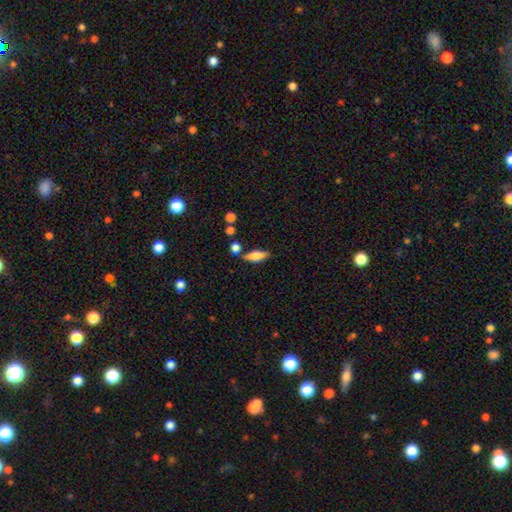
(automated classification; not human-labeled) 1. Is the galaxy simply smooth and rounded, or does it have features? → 55% smooth, 37% featured or disk, 8% star or artifact.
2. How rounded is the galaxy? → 64% in between, 32% cigar-shaped, 4% round.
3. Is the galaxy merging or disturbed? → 76% none, 13% minor disturbance, 7% merger, 4% major disturbance.